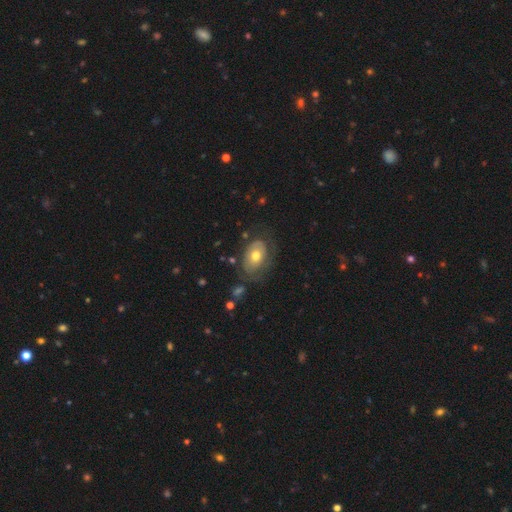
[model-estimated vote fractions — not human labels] Smooth or featured?
  - featured or disk: 47% *
  - smooth: 46%
  - star or artifact: 7%
Merging?
  - none: 53% *
  - minor disturbance: 26%
  - major disturbance: 18%
  - merger: 3%